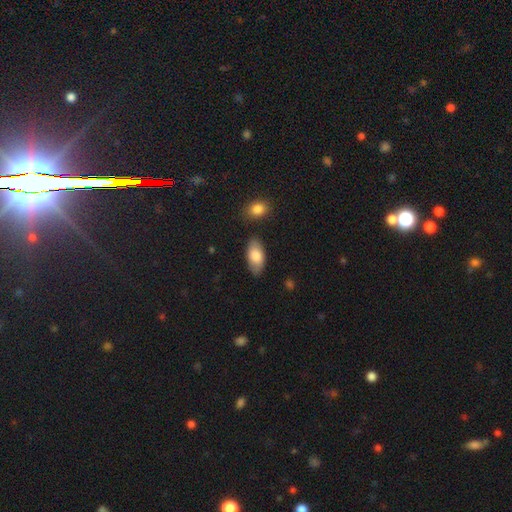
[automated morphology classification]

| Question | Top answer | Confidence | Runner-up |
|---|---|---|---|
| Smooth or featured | smooth | 80% | featured or disk (14%) |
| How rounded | in between | 93% | cigar-shaped (4%) |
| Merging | none | 81% | minor disturbance (13%) |